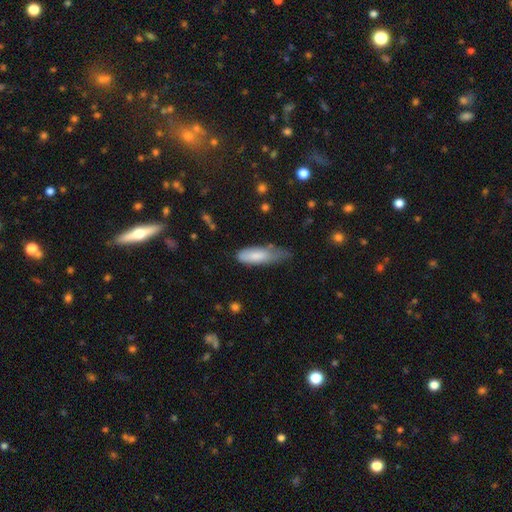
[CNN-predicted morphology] smooth 79%, featured or disk 15%, star or artifact 6%. Down the decision tree: how rounded — in between (60%); merging — minor disturbance (46%).